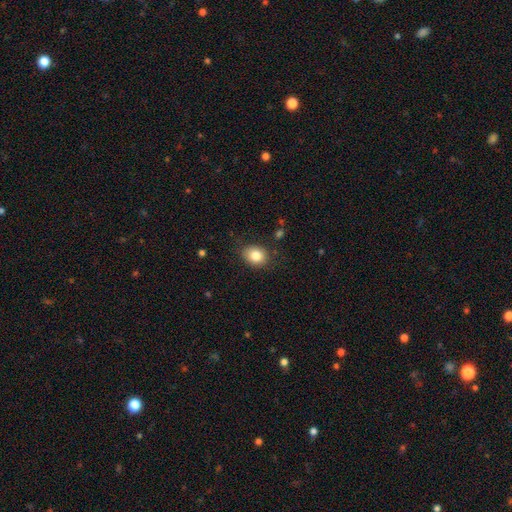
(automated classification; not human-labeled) Overall: smooth (84%). How rounded: in between (54%; round 45%). Merging: none (82%).